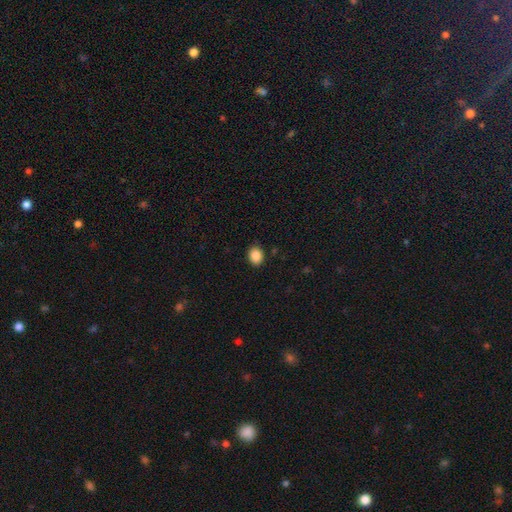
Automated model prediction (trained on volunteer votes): This appears to be a smooth galaxy with no disk features (87%) that is round (51%). Merging: none (89%).